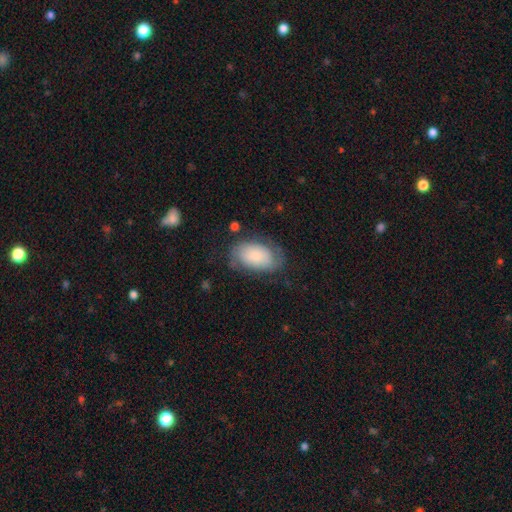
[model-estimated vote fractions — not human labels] Morphology: type=smooth (64%); roundness=in between (92%); merging=none (64%).